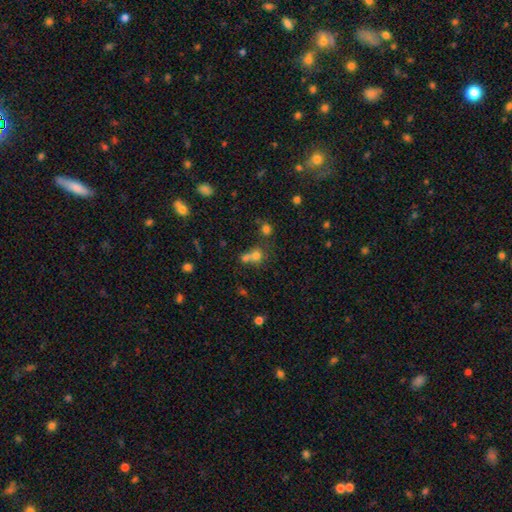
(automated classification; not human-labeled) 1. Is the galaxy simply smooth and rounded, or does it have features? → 68% smooth, 19% star or artifact, 13% featured or disk.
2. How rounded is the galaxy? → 73% round, 25% in between, 2% cigar-shaped.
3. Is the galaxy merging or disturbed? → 48% merger, 37% none, 8% minor disturbance, 6% major disturbance.